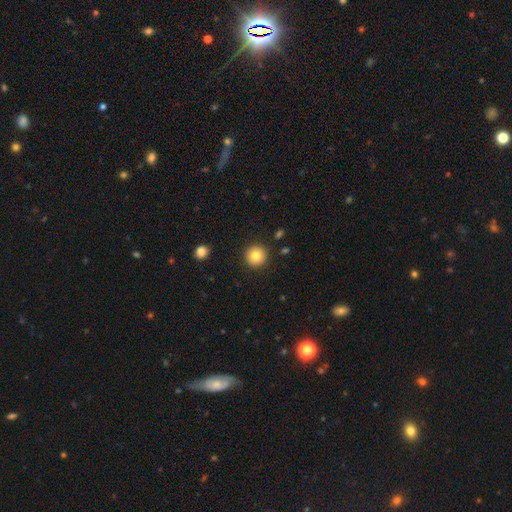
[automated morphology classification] smooth-or-featured: smooth: 82% | star or artifact: 9% | featured or disk: 8%
  how-rounded: round: 95% | in between: 4% | cigar-shaped: 1%
  merging: none: 92% | minor disturbance: 5% | major disturbance: 2% | merger: 1%